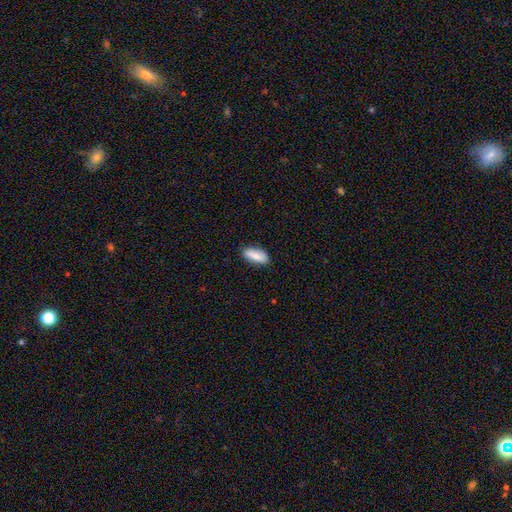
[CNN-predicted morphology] A smooth galaxy with no disk features (82%) that is in between round and cigar-shaped (82%). Merging: none (86%).